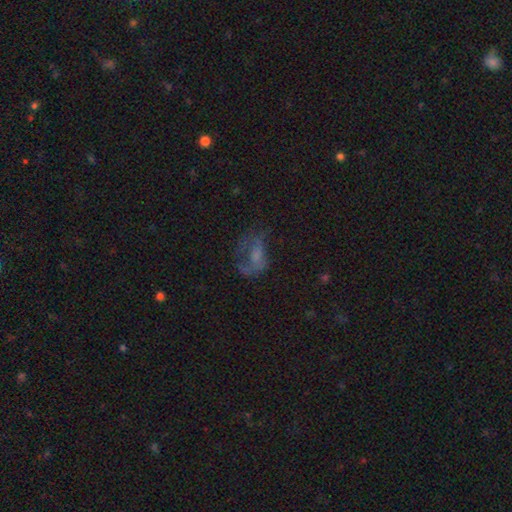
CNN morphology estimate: The model was most divided on "smooth or featured": featured or disk: 42%, smooth: 39%, star or artifact: 19%. Remaining: merging — major disturbance (44%).